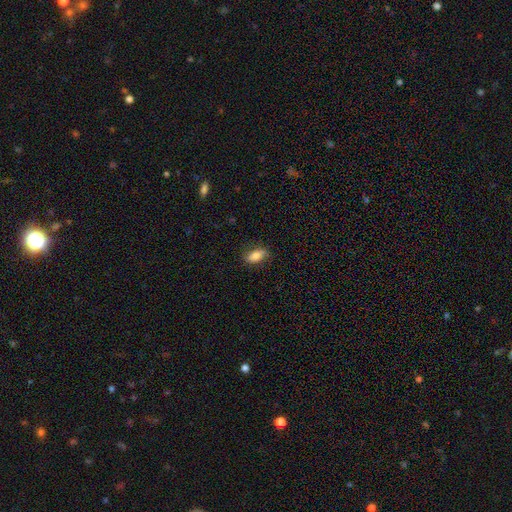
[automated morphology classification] Q: Smooth or featured?
A: smooth (78%); runner-up: featured or disk (15%)
Q: How rounded?
A: in between (88%); runner-up: cigar-shaped (8%)
Q: Merging?
A: none (81%); runner-up: minor disturbance (14%)